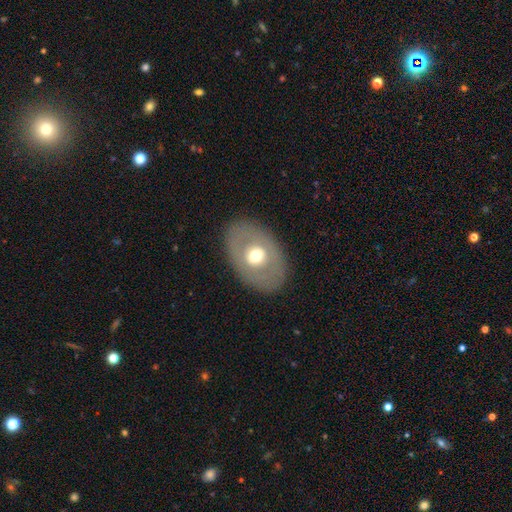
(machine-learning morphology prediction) Smooth or featured? smooth (47%)
Merging? none (87%)